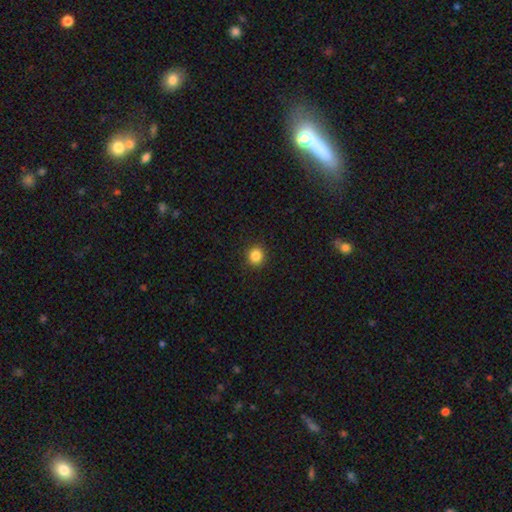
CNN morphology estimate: Smooth or featured: smooth — 85% (star or artifact — 11%)
How rounded: round — 91% (in between — 8%)
Merging: none — 93% (minor disturbance — 5%)